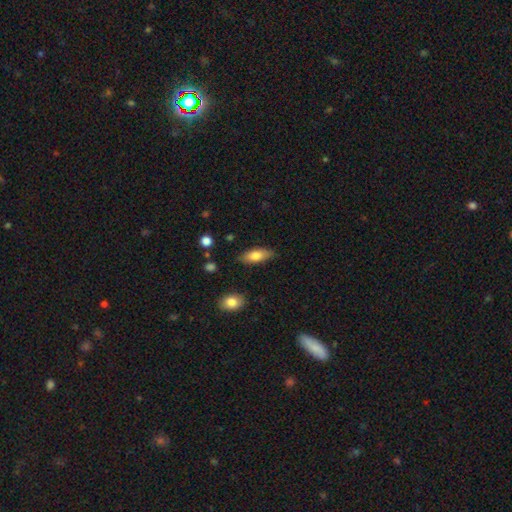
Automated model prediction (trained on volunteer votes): Smooth or featured? Predicted: smooth (p=0.77). How rounded? Predicted: in between (p=0.79). Merging? Predicted: none (p=0.81).